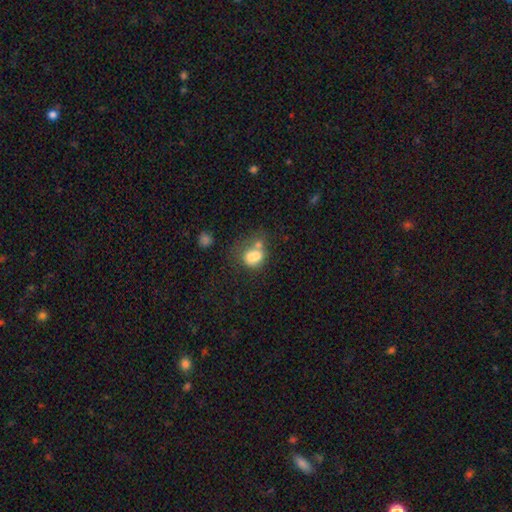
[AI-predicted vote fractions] Smooth or featured: smooth — 72% (featured or disk — 17%)
How rounded: in between — 56% (round — 43%)
Merging: merger — 50% (none — 26%)